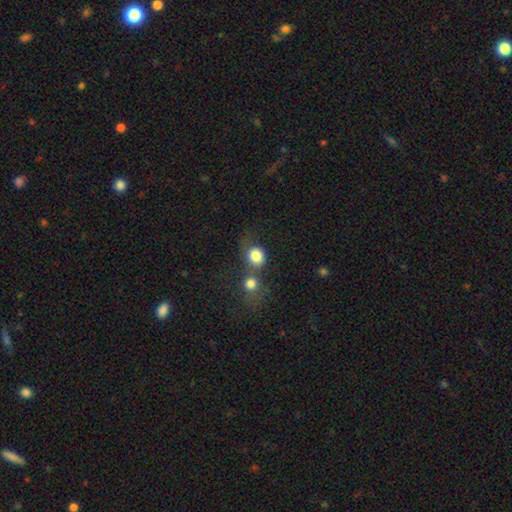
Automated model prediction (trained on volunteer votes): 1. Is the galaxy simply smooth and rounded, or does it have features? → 82% smooth, 10% star or artifact, 8% featured or disk.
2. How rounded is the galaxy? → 79% round, 20% in between, 1% cigar-shaped.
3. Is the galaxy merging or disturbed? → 42% none, 37% merger, 12% minor disturbance, 9% major disturbance.